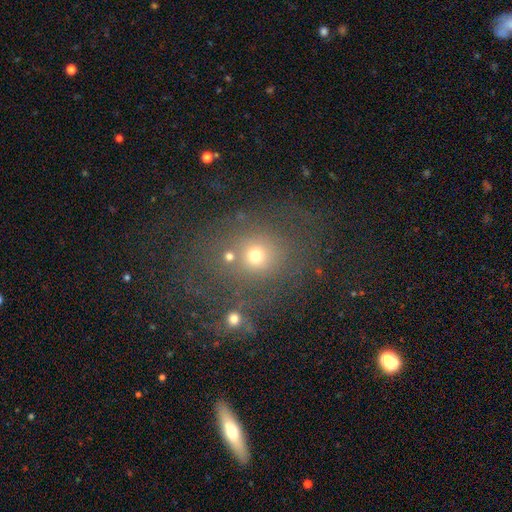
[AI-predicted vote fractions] smooth-or-featured: smooth: 58% | star or artifact: 23% | featured or disk: 19%
  how-rounded: round: 75% | in between: 23% | cigar-shaped: 1%
  merging: none: 59% | merger: 16% | minor disturbance: 13% | major disturbance: 12%